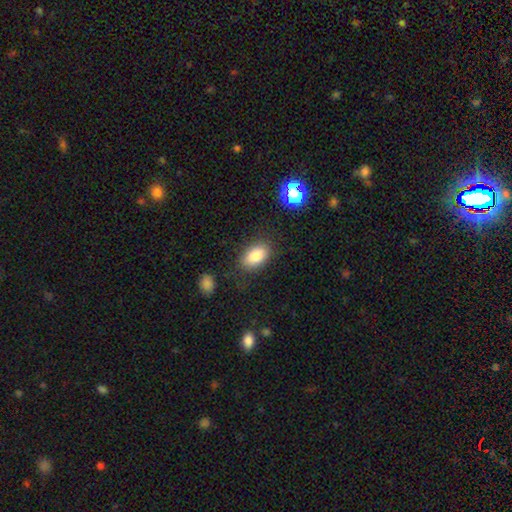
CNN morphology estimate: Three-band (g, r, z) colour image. It shows a smooth galaxy with no disk features (83%) that is in between round and cigar-shaped (90%). Merging: none (81%).